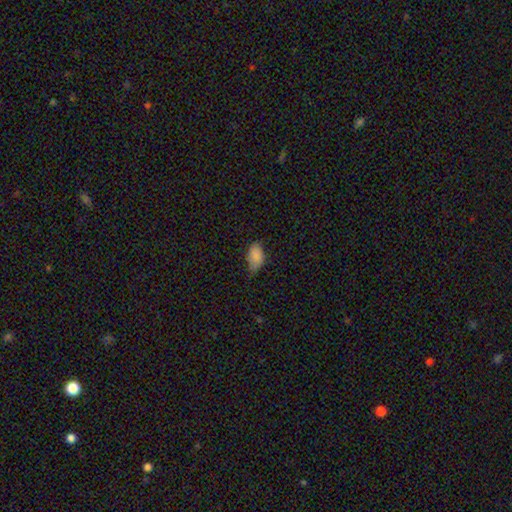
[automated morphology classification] smooth 85%, star or artifact 8%, featured or disk 7%. Down the decision tree: how rounded — in between (93%); merging — none (53%).